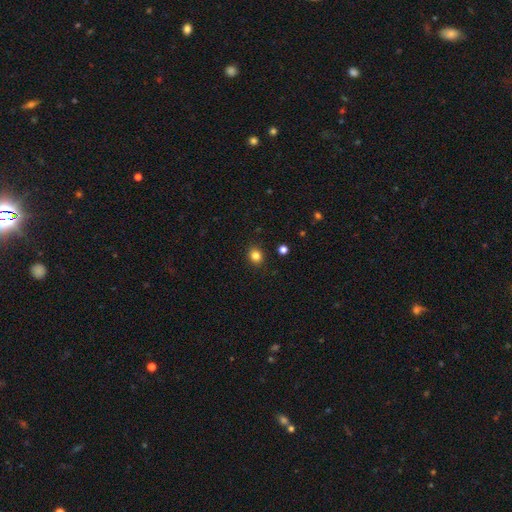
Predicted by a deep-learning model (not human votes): smooth-or-featured: smooth: 83% | star or artifact: 12% | featured or disk: 5%
  how-rounded: round: 78% | in between: 22% | cigar-shaped: 1%
  merging: none: 90% | minor disturbance: 6% | major disturbance: 2% | merger: 1%